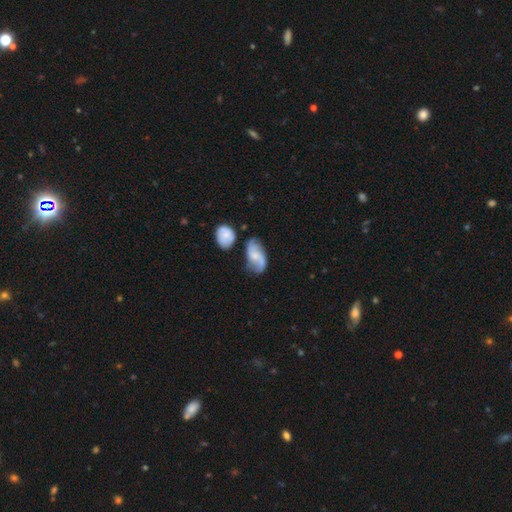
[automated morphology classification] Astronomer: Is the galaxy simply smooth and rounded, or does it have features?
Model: featured or disk — 67%.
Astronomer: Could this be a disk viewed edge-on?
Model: no — 96%.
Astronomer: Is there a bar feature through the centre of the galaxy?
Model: no — 55% (runner-up: weak, 38%).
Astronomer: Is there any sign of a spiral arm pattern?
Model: yes — 91%.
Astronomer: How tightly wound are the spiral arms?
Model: loose — 59%.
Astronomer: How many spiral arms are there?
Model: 2 — 85%.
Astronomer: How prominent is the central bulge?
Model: small — 49% (runner-up: moderate, 27%).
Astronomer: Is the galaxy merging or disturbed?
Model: none — 54%.